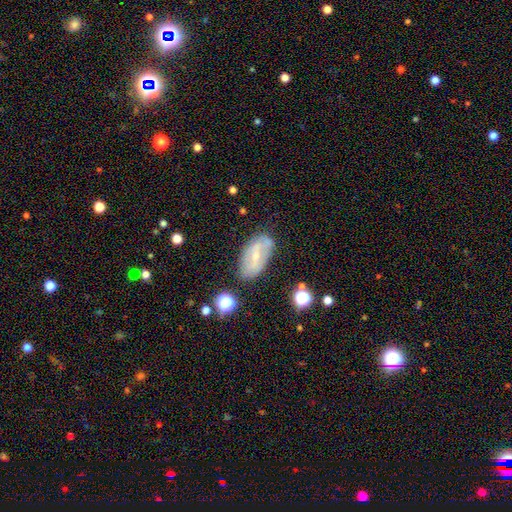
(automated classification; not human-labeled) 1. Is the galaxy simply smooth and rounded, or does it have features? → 59% featured or disk, 32% smooth, 9% star or artifact.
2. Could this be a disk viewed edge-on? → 91% no, 9% yes.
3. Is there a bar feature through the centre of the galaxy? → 44% weak, 28% no, 28% strong.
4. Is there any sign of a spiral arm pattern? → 63% yes, 37% no.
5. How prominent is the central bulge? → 68% small, 23% moderate, 7% none, 1% large, 1% dominant.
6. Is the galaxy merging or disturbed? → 71% none, 19% minor disturbance, 6% major disturbance, 3% merger.